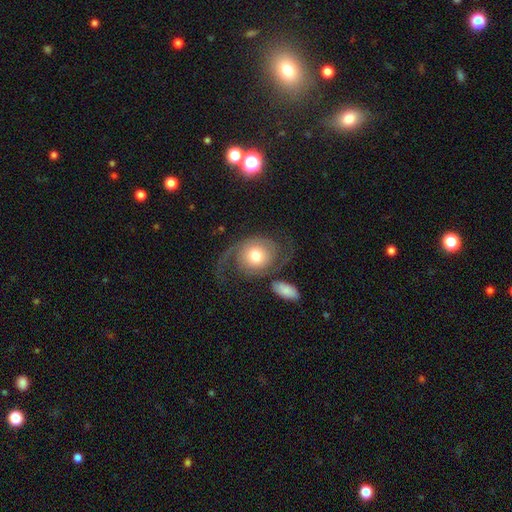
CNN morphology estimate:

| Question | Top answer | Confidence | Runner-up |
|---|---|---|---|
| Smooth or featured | featured or disk | 72% | smooth (22%) |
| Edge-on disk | no | 96% | yes (4%) |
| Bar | no | 75% | weak (20%) |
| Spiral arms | yes | 91% | no (9%) |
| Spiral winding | loose | 52% | medium (35%) |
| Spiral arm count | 2 | 86% | 1 (7%) |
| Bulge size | moderate | 58% | small (18%) |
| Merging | none | 49% | major disturbance (24%) |